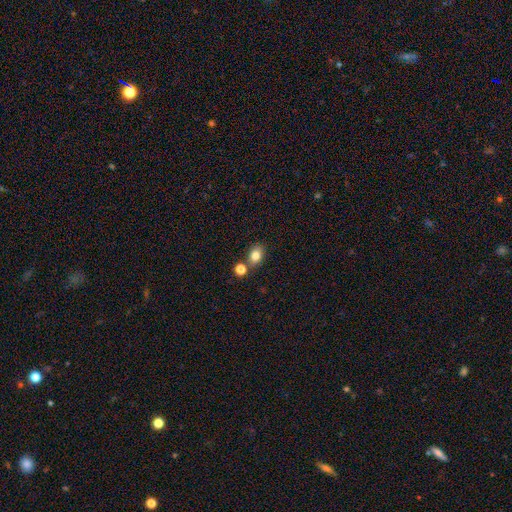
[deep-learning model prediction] Overall: smooth (81%). How rounded: in between (66%; round 33%). Merging: none (69%).